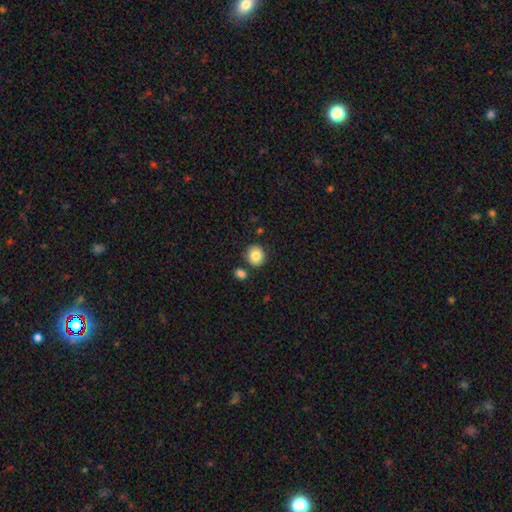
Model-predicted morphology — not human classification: This is clearly a smooth galaxy (84%). How rounded: clearly round (84%). Merging: clearly none (80%).